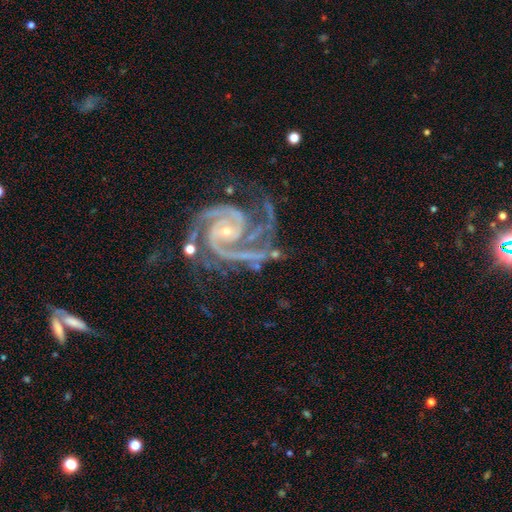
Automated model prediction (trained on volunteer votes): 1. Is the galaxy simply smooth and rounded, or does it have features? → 94% featured or disk, 5% star or artifact, 2% smooth.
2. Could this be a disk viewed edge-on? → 98% no, 2% yes.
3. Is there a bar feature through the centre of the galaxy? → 58% no, 26% weak, 16% strong.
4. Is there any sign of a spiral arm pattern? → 99% yes, 1% no.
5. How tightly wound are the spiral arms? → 53% tight, 42% medium, 5% loose.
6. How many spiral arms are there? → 60% 2, 24% 3, 4% 4, 4% can't tell, 4% 1, 4% more than 4.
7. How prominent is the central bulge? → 81% small, 16% moderate, 2% none, 1% large, 1% dominant.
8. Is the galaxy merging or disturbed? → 53% none, 24% minor disturbance, 17% major disturbance, 6% merger.